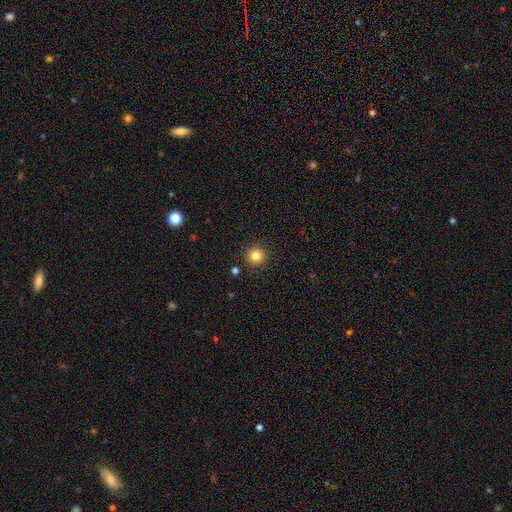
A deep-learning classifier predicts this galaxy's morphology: smooth-or-featured: smooth: 83% | star or artifact: 12% | featured or disk: 5%
  how-rounded: round: 95% | in between: 4% | cigar-shaped: 1%
  merging: none: 91% | minor disturbance: 5% | major disturbance: 2% | merger: 2%